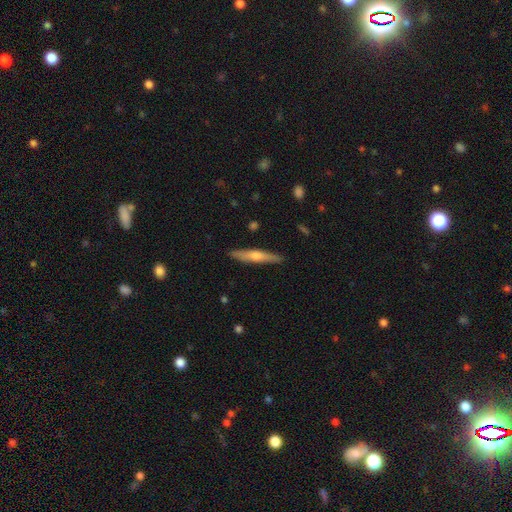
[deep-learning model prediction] Overall: featured or disk (51%; smooth 43%). Edge-on disk: yes (95%). Merging: none (90%).